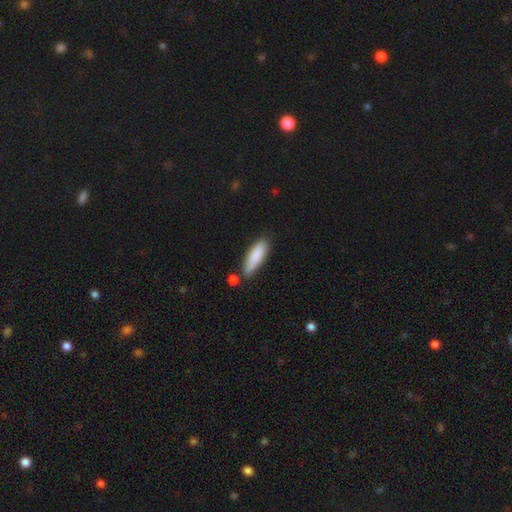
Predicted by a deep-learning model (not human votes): Morphology: type=smooth (85%); roundness=cigar-shaped (54%); merging=none (68%).